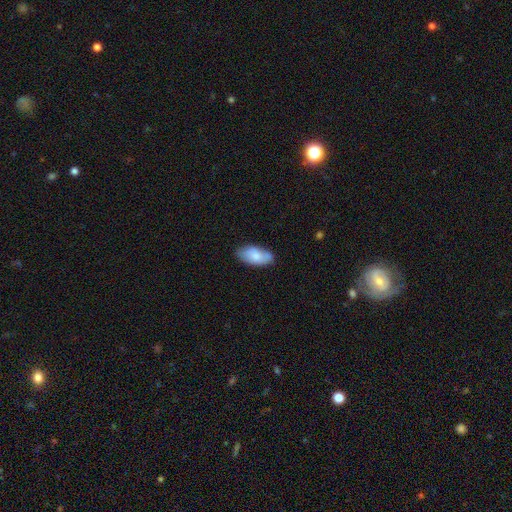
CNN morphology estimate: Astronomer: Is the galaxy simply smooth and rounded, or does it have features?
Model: smooth — 78%.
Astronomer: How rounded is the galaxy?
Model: in between — 94%.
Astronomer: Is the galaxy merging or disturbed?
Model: none — 72%.